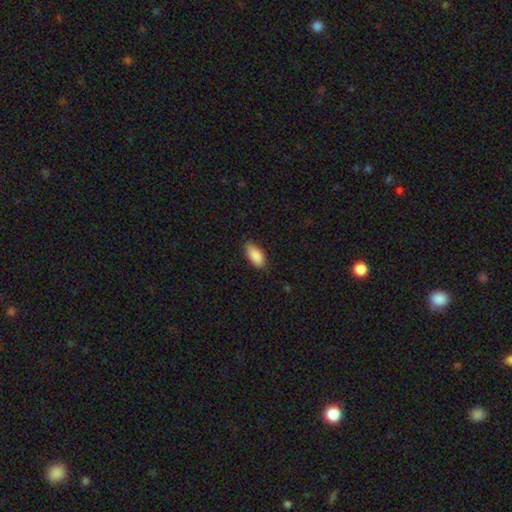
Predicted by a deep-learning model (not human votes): Smooth or featured?
  - smooth: 90% *
  - star or artifact: 6%
  - featured or disk: 4%
How rounded?
  - in between: 90% *
  - cigar-shaped: 8%
  - round: 2%
Merging?
  - none: 84% *
  - minor disturbance: 13%
  - major disturbance: 2%
  - merger: 1%